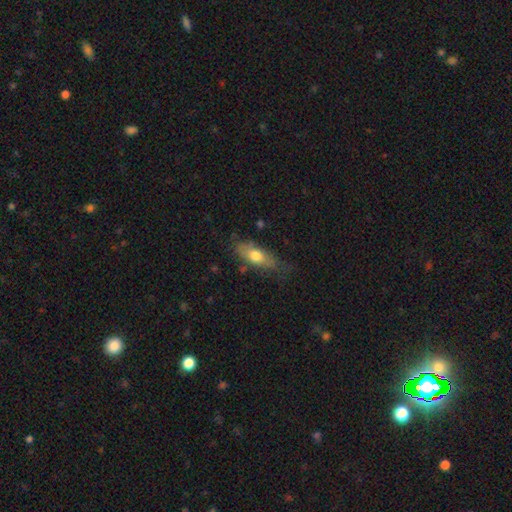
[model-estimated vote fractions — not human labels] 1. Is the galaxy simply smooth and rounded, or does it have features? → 64% smooth, 29% featured or disk, 6% star or artifact.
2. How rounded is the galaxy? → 72% in between, 24% cigar-shaped, 4% round.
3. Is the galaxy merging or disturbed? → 63% none, 26% minor disturbance, 9% major disturbance, 2% merger.